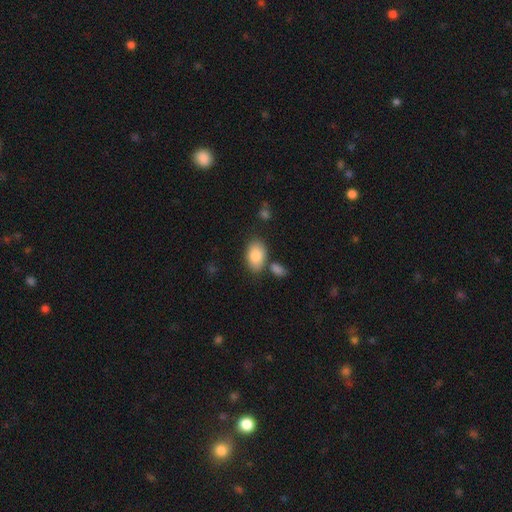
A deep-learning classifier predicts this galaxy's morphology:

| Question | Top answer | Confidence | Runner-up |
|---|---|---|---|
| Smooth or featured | smooth | 83% | featured or disk (10%) |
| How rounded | in between | 90% | round (8%) |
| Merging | none | 72% | minor disturbance (14%) |